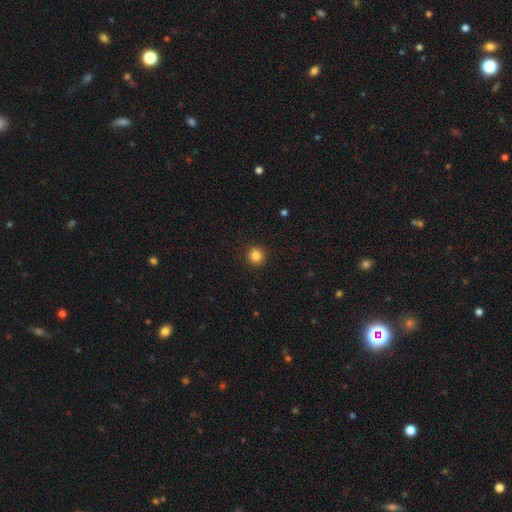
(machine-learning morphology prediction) type=smooth (85%); roundness=round (94%); merging=none (92%).